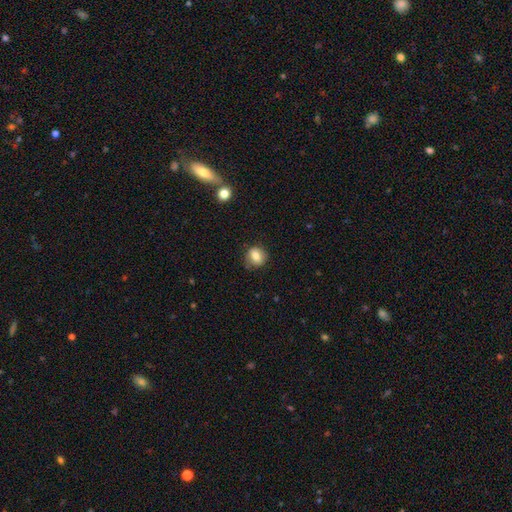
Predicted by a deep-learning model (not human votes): Smooth or featured?
  - smooth: 79% *
  - featured or disk: 12%
  - star or artifact: 9%
How rounded?
  - round: 73% *
  - in between: 26%
  - cigar-shaped: 1%
Merging?
  - none: 75% *
  - minor disturbance: 19%
  - major disturbance: 5%
  - merger: 1%